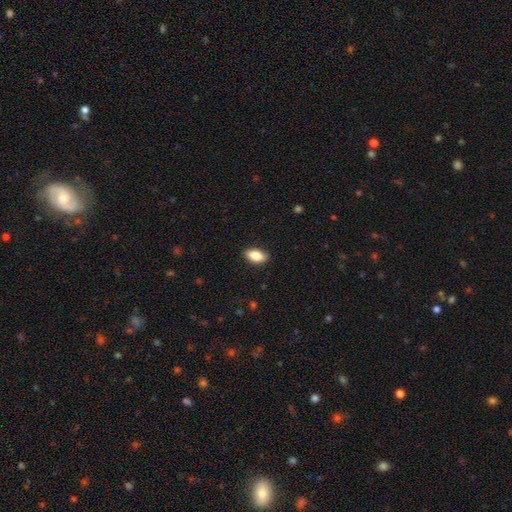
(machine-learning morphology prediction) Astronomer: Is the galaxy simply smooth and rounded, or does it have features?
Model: smooth — 84%.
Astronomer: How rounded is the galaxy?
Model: in between — 90%.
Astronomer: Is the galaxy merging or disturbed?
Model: none — 88%.